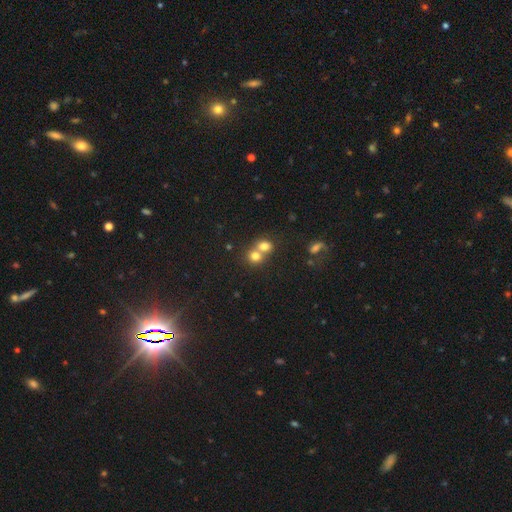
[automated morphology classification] Overall: smooth (75%). How rounded: round (78%). Merging: merger (61%; none 32%).